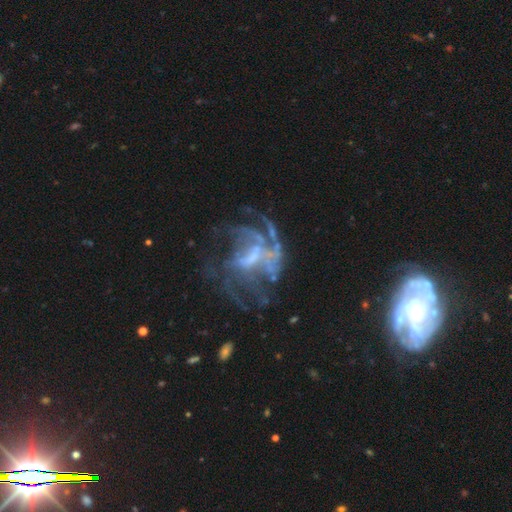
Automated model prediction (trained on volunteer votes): Smooth or featured: featured or disk — 77% (star or artifact — 14%)
Edge-on disk: no — 97% (yes — 3%)
Bar: no — 41% (weak — 40%)
Spiral arms: yes — 67% (no — 33%)
Bulge size: none — 40% (small — 28%)
Merging: major disturbance — 43% (none — 36%)